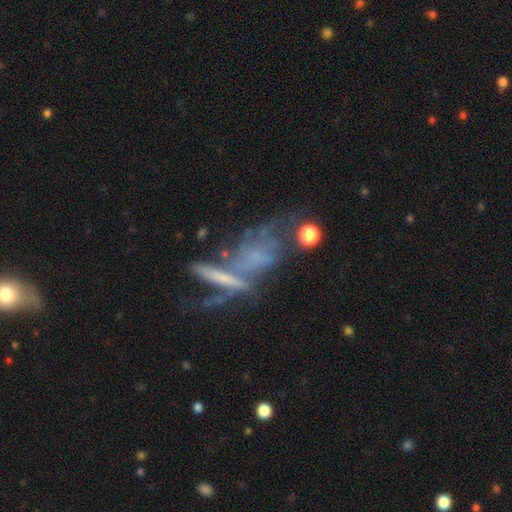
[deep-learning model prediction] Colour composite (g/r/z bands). It shows a featured or disk galaxy (51%). Merging: merger (37%).